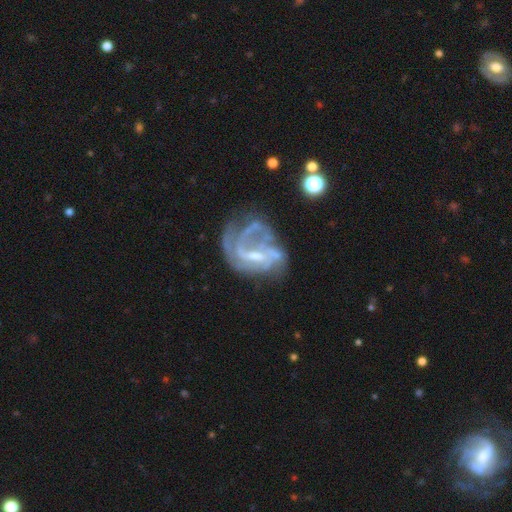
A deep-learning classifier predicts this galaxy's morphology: featured or disk 84%, star or artifact 8%, smooth 8%. Down the decision tree: edge-on disk — no (98%); bar — weak (53%); spiral arms — yes (86%); spiral arm count — 2 (31%); spiral winding — medium (44%); bulge size — small (49%); merging — none (37%).